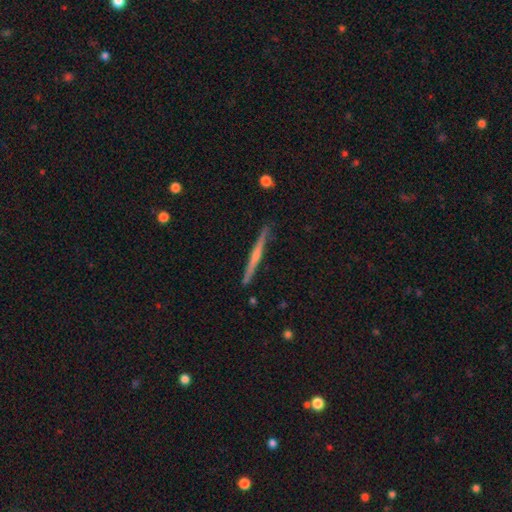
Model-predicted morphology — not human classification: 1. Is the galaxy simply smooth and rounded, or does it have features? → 66% featured or disk, 28% smooth, 6% star or artifact.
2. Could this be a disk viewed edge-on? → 98% yes, 2% no.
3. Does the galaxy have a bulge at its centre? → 45% none (tied), 45% rounded (tied), 10% boxy.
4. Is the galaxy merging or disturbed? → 90% none, 7% minor disturbance, 1% major disturbance, 1% merger.